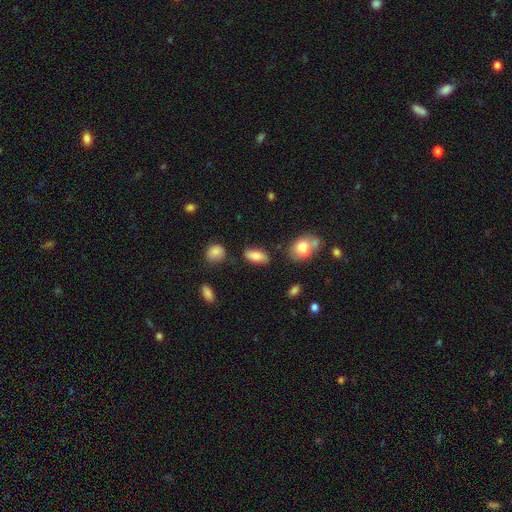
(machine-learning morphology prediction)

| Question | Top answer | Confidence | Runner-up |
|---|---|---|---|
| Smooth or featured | smooth | 82% | featured or disk (10%) |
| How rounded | in between | 83% | cigar-shaped (13%) |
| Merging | none | 78% | minor disturbance (14%) |